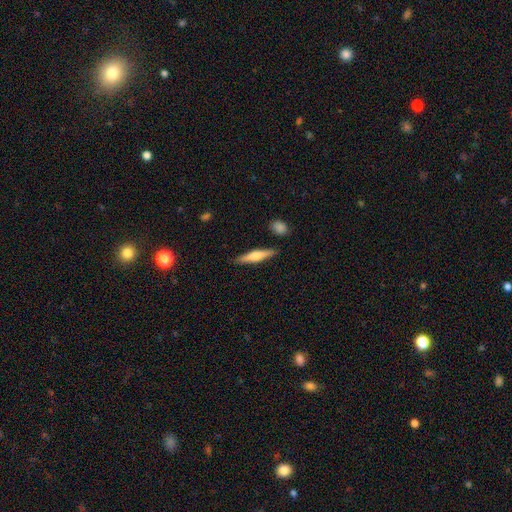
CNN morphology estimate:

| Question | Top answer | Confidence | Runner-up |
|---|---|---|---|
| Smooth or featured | featured or disk | 48% | smooth (46%) |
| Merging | none | 87% | minor disturbance (9%) |